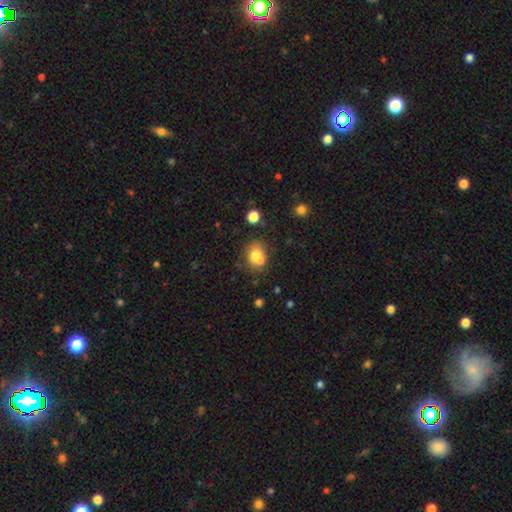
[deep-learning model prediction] Smooth or featured? Predicted: smooth (p=0.73). How rounded? Predicted: round (p=0.54). Merging? Predicted: none (p=0.41).